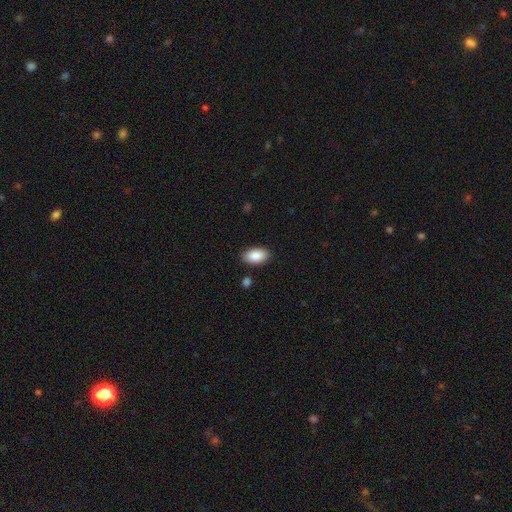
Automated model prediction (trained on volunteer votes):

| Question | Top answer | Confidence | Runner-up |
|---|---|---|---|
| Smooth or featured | smooth | 89% | star or artifact (6%) |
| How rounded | in between | 94% | round (4%) |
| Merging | none | 87% | minor disturbance (9%) |